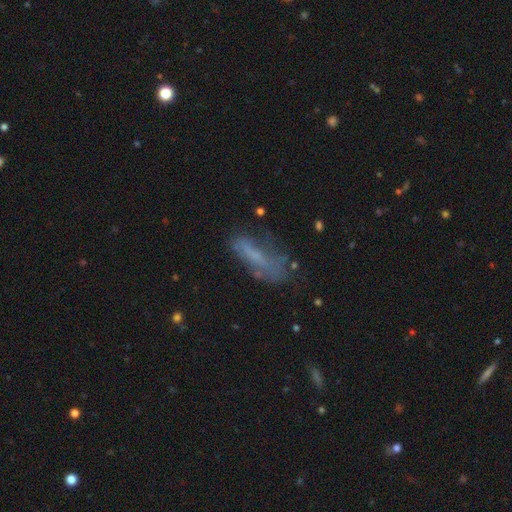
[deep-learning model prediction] Q: Smooth or featured?
A: smooth (50%); runner-up: featured or disk (36%)
Q: Merging?
A: none (44%); runner-up: minor disturbance (27%)